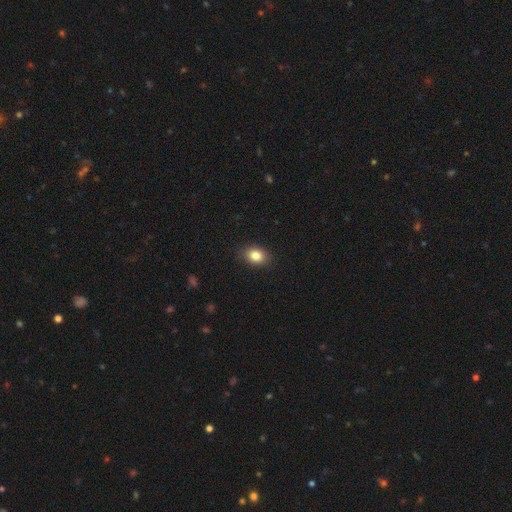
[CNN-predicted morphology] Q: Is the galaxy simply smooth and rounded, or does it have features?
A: smooth — 84%.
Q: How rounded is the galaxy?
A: in between — 70%.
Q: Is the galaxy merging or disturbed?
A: none — 88%.